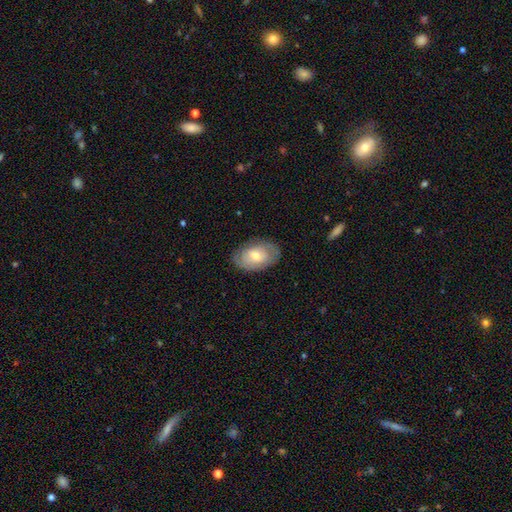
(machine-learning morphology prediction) This is possibly a smooth galaxy (49%). Merging: likely none (79%).